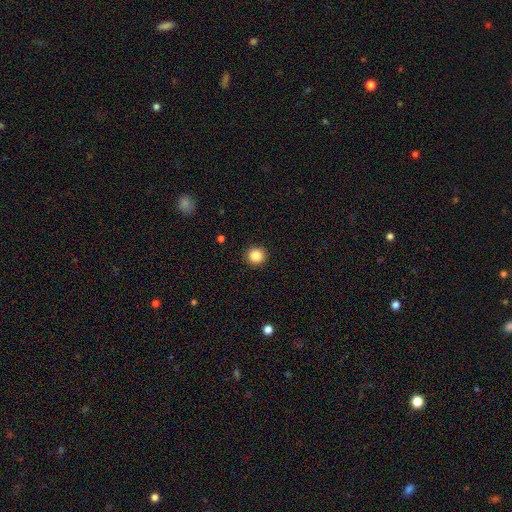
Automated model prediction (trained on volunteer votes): A smooth galaxy with no disk features (85%) that is round (93%). Merging: none (93%).